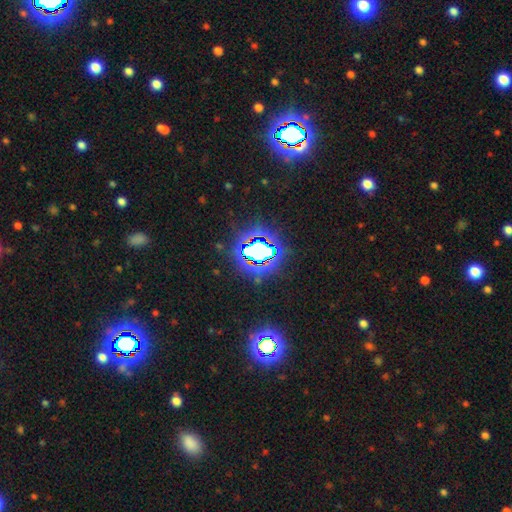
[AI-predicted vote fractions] The model was most divided on "smooth or featured": star or artifact: 69%, smooth: 20%, featured or disk: 11%.